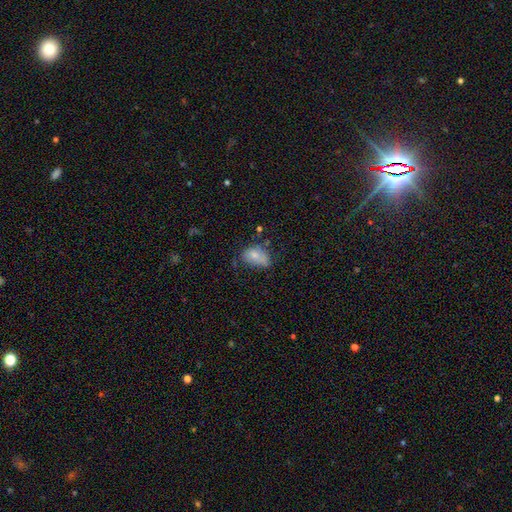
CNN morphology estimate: Smooth or featured: smooth — 75% (featured or disk — 16%)
How rounded: in between — 84% (round — 14%)
Merging: none — 43% (minor disturbance — 35%)